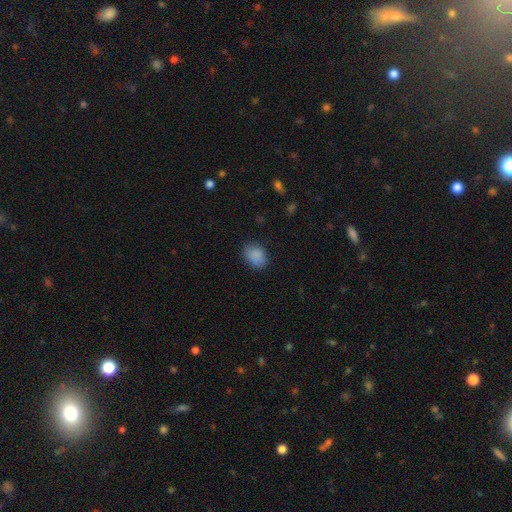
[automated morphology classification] This is clearly a smooth galaxy (87%). How rounded: likely in between (67%). Merging: likely none (78%).